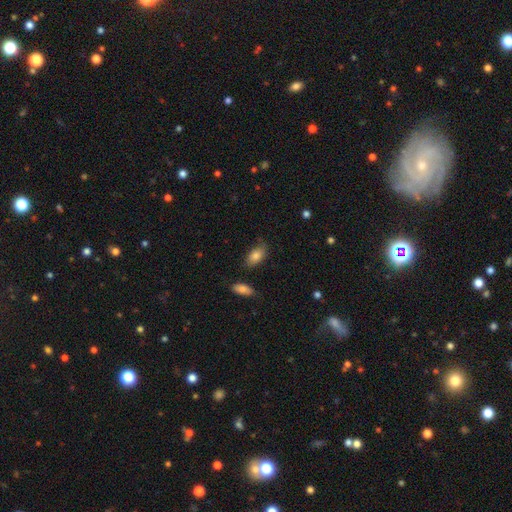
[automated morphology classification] This appears to be a smooth galaxy with no disk features (82%) that is in between round and cigar-shaped (92%). Merging: none (72%).